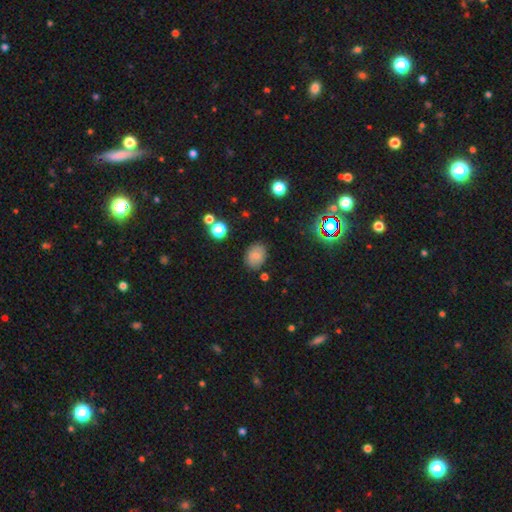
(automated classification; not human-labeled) Smooth or featured?
  - smooth: 71% *
  - featured or disk: 16%
  - star or artifact: 13%
How rounded?
  - in between: 60% *
  - round: 39%
  - cigar-shaped: 1%
Merging?
  - none: 83% *
  - minor disturbance: 12%
  - major disturbance: 3%
  - merger: 2%